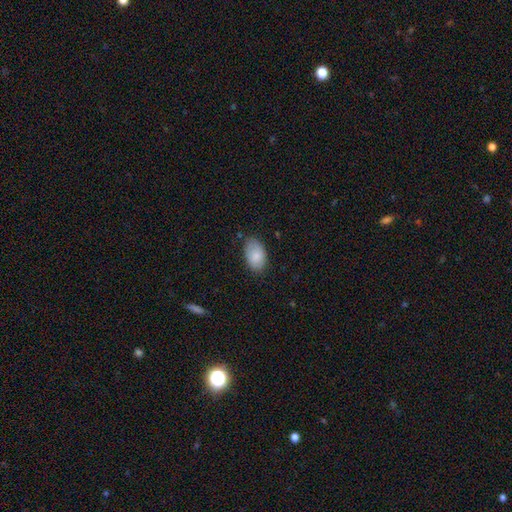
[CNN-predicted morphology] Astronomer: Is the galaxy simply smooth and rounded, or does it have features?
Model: smooth — 85%.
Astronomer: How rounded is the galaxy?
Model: in between — 93%.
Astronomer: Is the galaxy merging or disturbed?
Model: none — 74%.